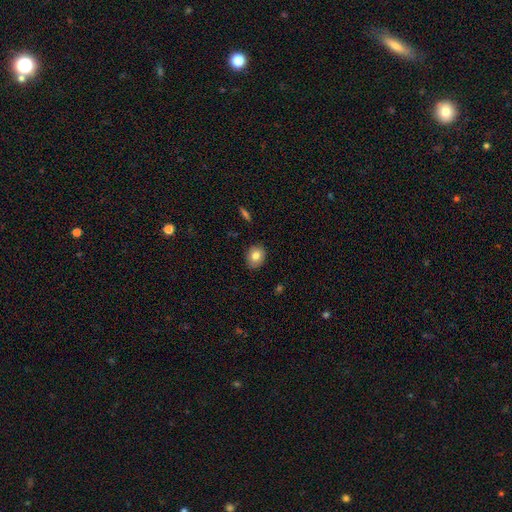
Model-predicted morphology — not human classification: smooth 81%, featured or disk 11%, star or artifact 8%. Down the decision tree: how rounded — in between (51%); merging — none (86%).